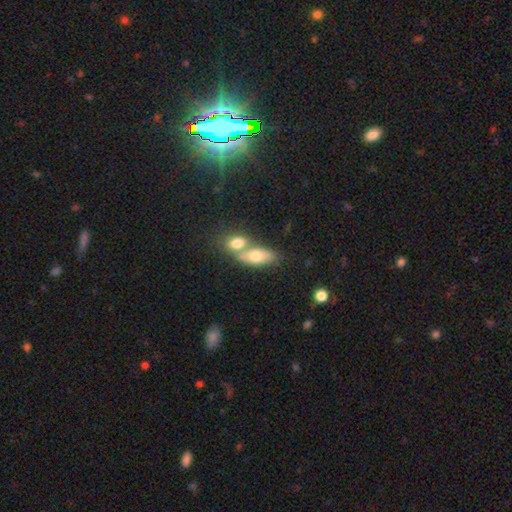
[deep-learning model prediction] This is likely a smooth galaxy (69%). How rounded: likely in between (79%). Merging: possibly merger (54%).